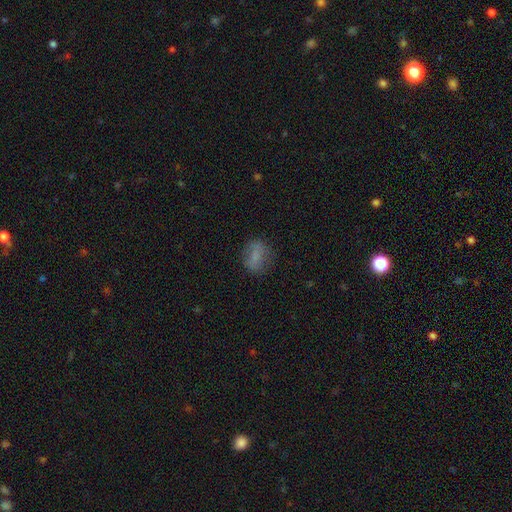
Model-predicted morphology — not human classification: smooth 71%, featured or disk 19%, star or artifact 11%. Down the decision tree: how rounded — in between (64%); merging — none (71%).